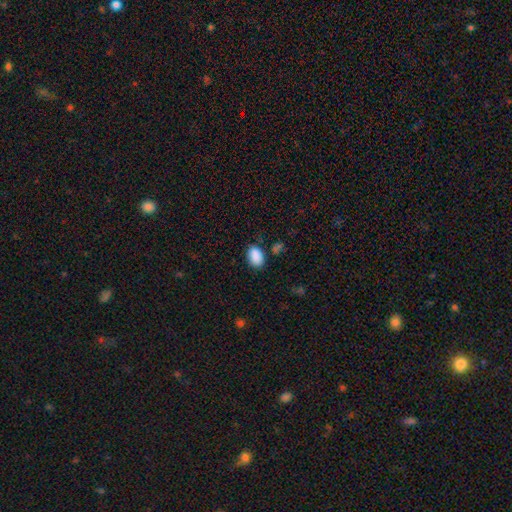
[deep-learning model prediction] Smooth or featured: smooth — 89% (star or artifact — 8%)
How rounded: in between — 86% (round — 13%)
Merging: none — 79% (minor disturbance — 14%)